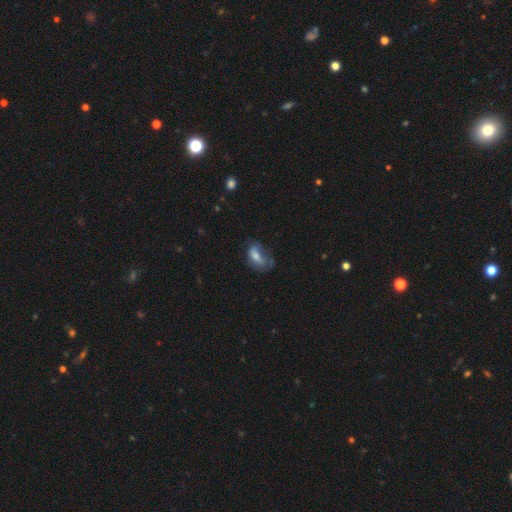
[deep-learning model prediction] The model was most divided on "merging": major disturbance: 38%, none: 30%, minor disturbance: 28%, merger: 4%. More confident: how rounded — in between (87%); smooth or featured — smooth (62%).